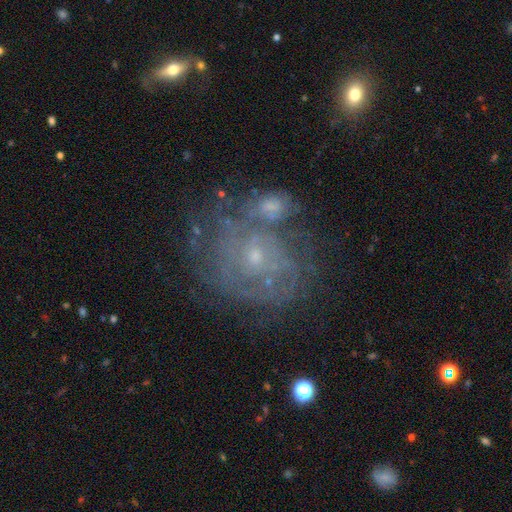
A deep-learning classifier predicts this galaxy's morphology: Q: Smooth or featured?
A: featured or disk (77%); runner-up: smooth (13%)
Q: Edge-on disk?
A: no (97%); runner-up: yes (3%)
Q: Bar?
A: no (75%); runner-up: weak (21%)
Q: Spiral arms?
A: yes (80%); runner-up: no (20%)
Q: Spiral winding?
A: tight (69%); runner-up: medium (24%)
Q: Spiral arm count?
A: can't tell (53%); runner-up: 2 (14%)
Q: Bulge size?
A: small (74%); runner-up: moderate (20%)
Q: Merging?
A: none (52%); runner-up: merger (19%)